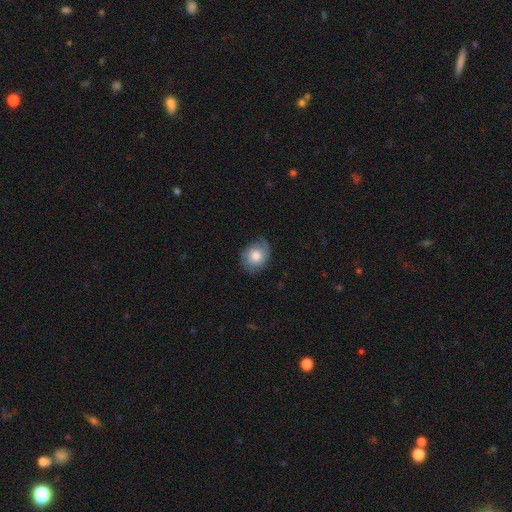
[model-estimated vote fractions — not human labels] Overall: smooth (74%). How rounded: round (55%; in between 44%). Merging: none (67%).